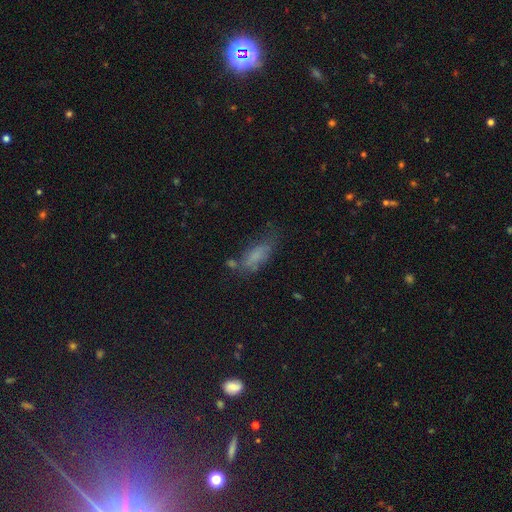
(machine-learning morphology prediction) smooth-or-featured: smooth: 70% | featured or disk: 17% | star or artifact: 13%
  how-rounded: in between: 67% | cigar-shaped: 30% | round: 3%
  merging: none: 48% | minor disturbance: 28% | major disturbance: 16% | merger: 8%